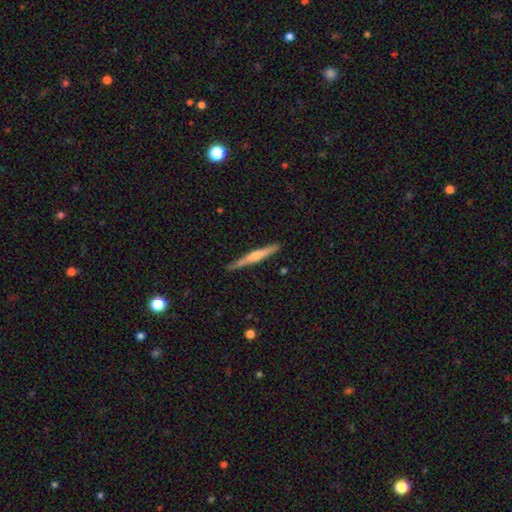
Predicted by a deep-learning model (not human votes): smooth_or_featured: featured or disk (p=0.50) [alt: smooth p=0.44]
disk_edge_on: yes (p=0.97) [alt: no p=0.03]
merging: none (p=0.87) [alt: minor disturbance p=0.10]